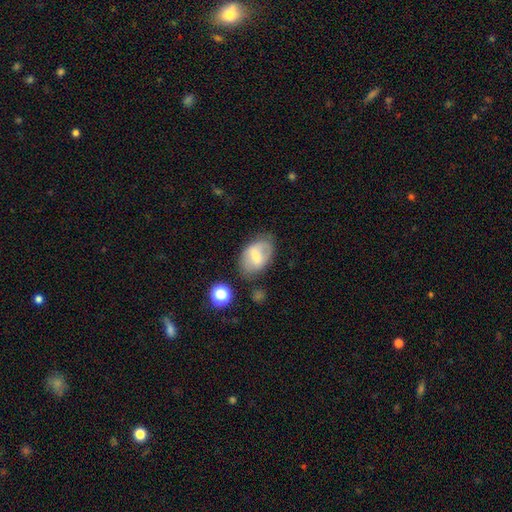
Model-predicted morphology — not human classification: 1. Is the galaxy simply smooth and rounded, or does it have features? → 51% smooth, 40% featured or disk, 8% star or artifact.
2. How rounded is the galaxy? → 83% in between, 15% round, 2% cigar-shaped.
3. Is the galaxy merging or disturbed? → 64% none, 23% minor disturbance, 9% major disturbance, 4% merger.